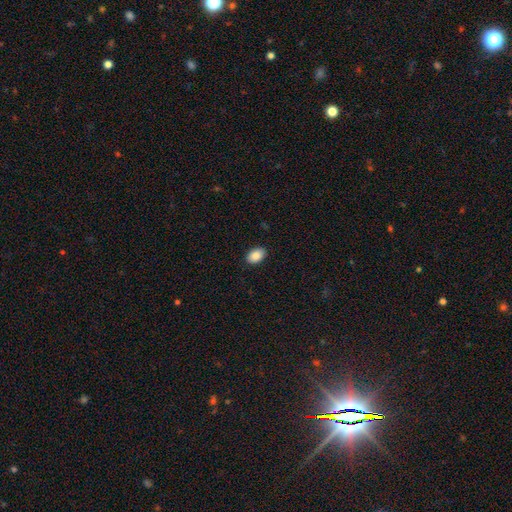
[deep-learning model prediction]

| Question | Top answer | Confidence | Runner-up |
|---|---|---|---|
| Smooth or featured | smooth | 88% | star or artifact (7%) |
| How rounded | in between | 86% | round (13%) |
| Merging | none | 89% | minor disturbance (8%) |